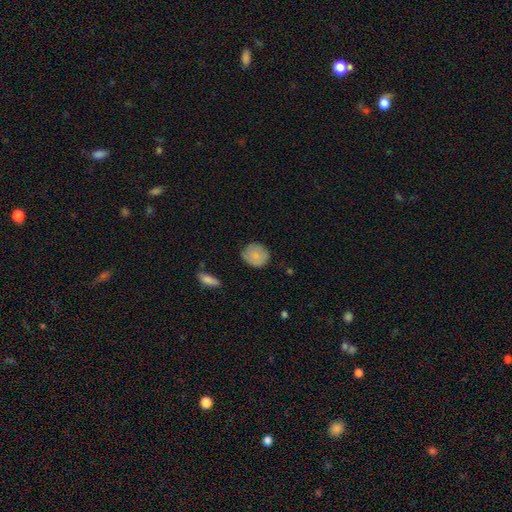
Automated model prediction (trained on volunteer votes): This is clearly a smooth galaxy (80%). How rounded: likely round (80%). Merging: likely none (76%).